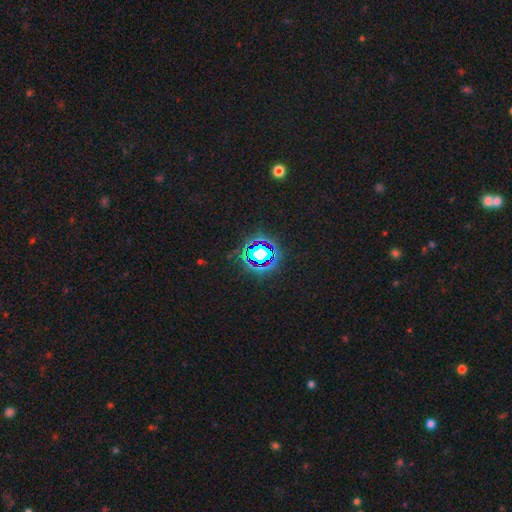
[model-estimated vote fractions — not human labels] smooth-or-featured: star or artifact: 80% | smooth: 13% | featured or disk: 7%